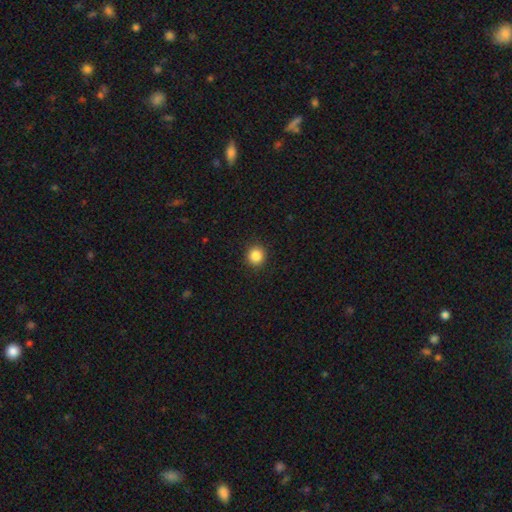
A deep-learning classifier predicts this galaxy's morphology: smooth_or_featured: smooth (p=0.86) [alt: star or artifact p=0.10]
how_rounded: round (p=0.92) [alt: in between p=0.07]
merging: none (p=0.92) [alt: minor disturbance p=0.05]